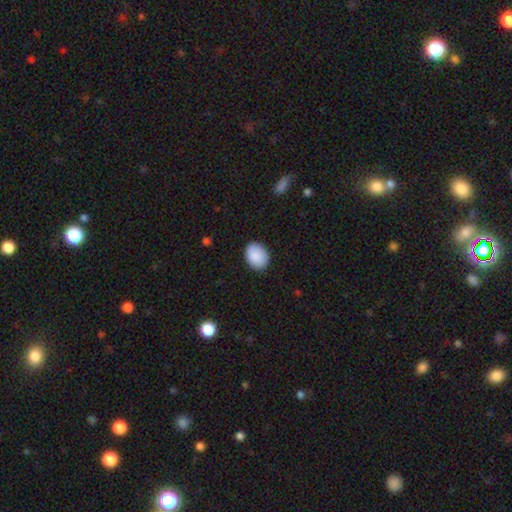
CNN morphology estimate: The model was most divided on "how rounded": in between: 70%, round: 29%, cigar-shaped: 1%. More confident: smooth or featured — smooth (90%); merging — none (87%).